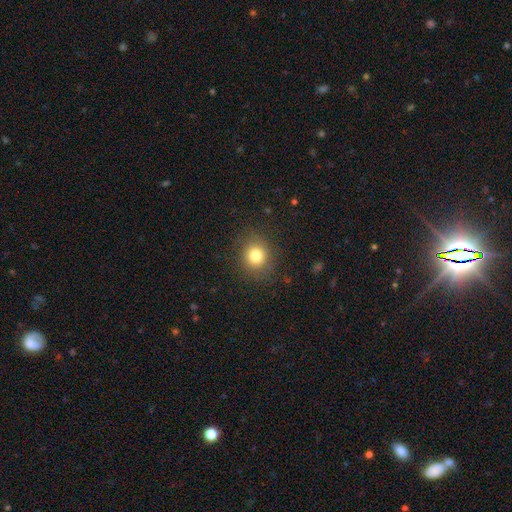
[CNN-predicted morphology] type=smooth (80%); roundness=round (81%); merging=none (86%).